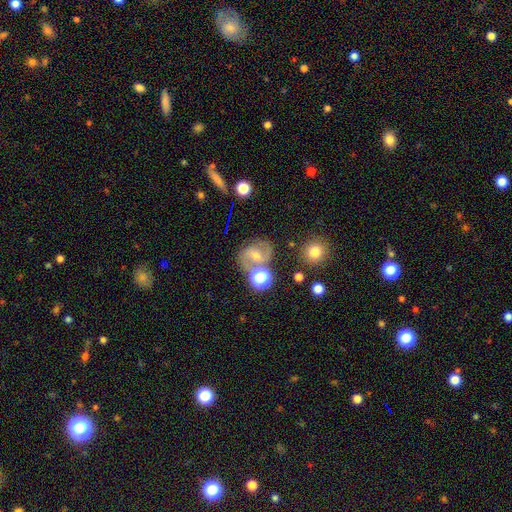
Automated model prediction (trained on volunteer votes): Overall: featured or disk (59%; smooth 26%). Edge-on disk: no (96%). Bar: weak (42%; no 40%). Spiral arms: yes (82%). Bulge size: moderate (54%; small 39%). Merging: none (64%).